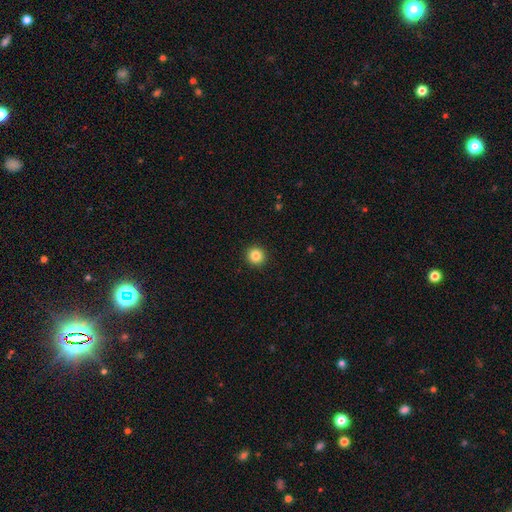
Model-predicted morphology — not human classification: A smooth galaxy with no disk features (84%) that is round (95%).

Vote fractions:
- Smooth or featured? smooth: 84% / star or artifact: 11% / featured or disk: 5%
- How rounded? round: 95% / in between: 4% / cigar-shaped: 1%
- Merging? none: 93% / minor disturbance: 4% / major disturbance: 2% / merger: 1%